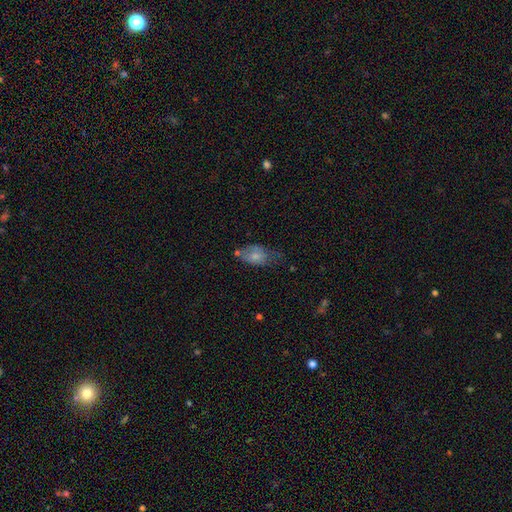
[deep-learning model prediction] The model was most divided on "merging": none: 37%, minor disturbance: 34%, major disturbance: 19%, merger: 11%. More confident: how rounded — in between (89%); smooth or featured — smooth (70%).